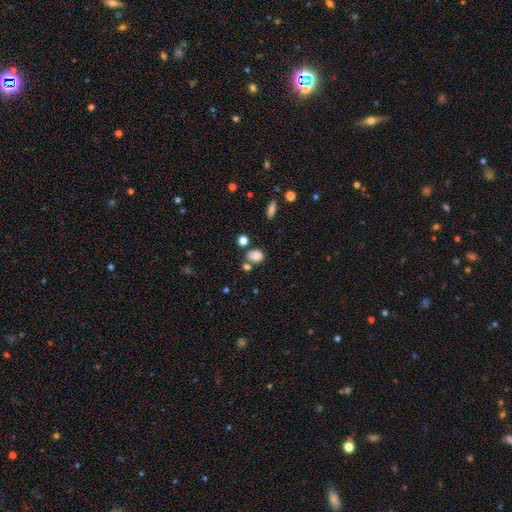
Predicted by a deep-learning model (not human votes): This appears to be a smooth galaxy with no disk features (82%) that is in between round and cigar-shaped (56%). Merging: none (58%).